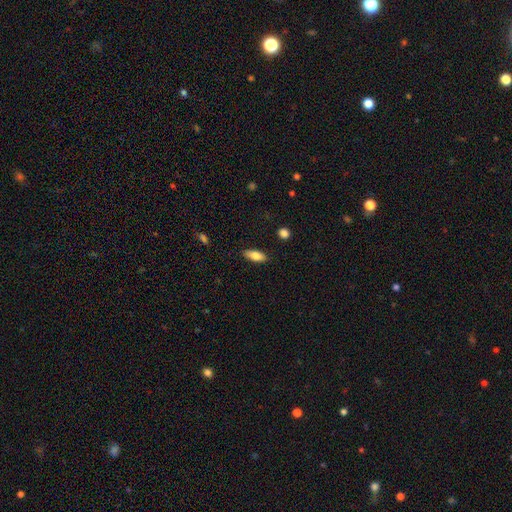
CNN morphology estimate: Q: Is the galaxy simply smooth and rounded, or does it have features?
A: smooth — 79%.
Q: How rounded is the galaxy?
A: in between — 74%.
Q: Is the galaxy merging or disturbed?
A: none — 86%.